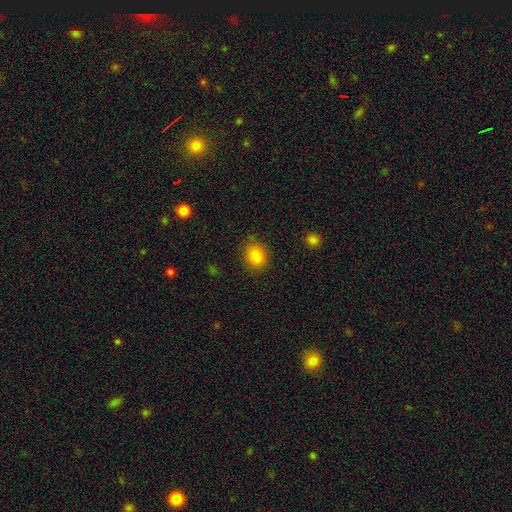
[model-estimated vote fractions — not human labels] This is clearly a smooth galaxy (84%). How rounded: possibly round (56%). Merging: clearly none (81%).